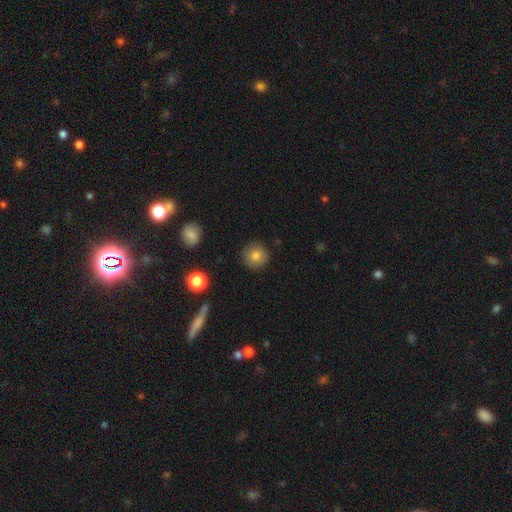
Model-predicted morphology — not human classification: The model was most divided on "smooth or featured": smooth: 81%, star or artifact: 10%, featured or disk: 9%. More confident: how rounded — round (94%); merging — none (90%).